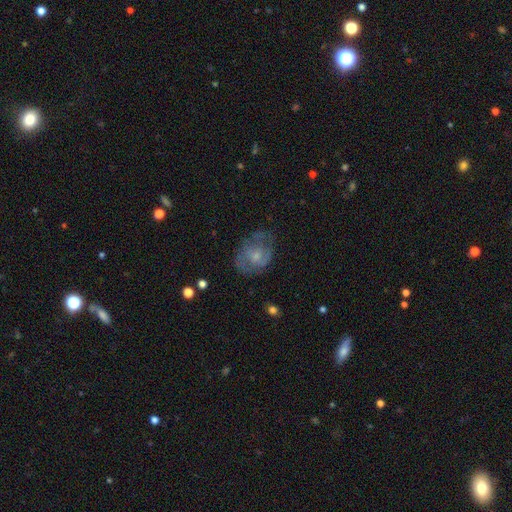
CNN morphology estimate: The model was most divided on "smooth or featured": featured or disk: 52%, smooth: 39%, star or artifact: 8%. More confident: edge-on disk — no (97%); bar — no (76%); spiral arms — yes (60%); bulge size — small (58%); merging — none (54%).